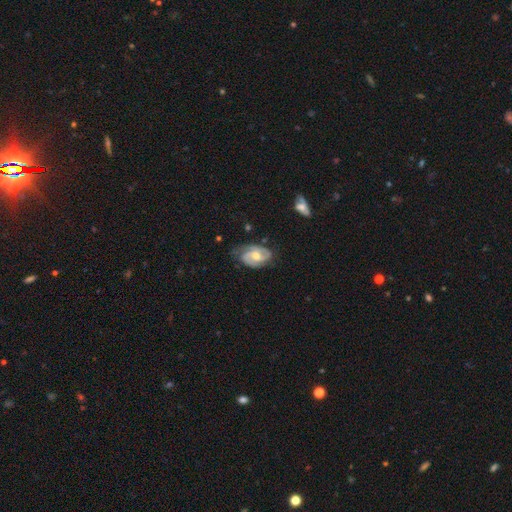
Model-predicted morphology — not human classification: This appears to be a featured or disk galaxy (81%) with no bar (46%), 2 (81%) medium (44%) spiral arms (94%) and a moderate central bulge (71%). Merging: none (68%).